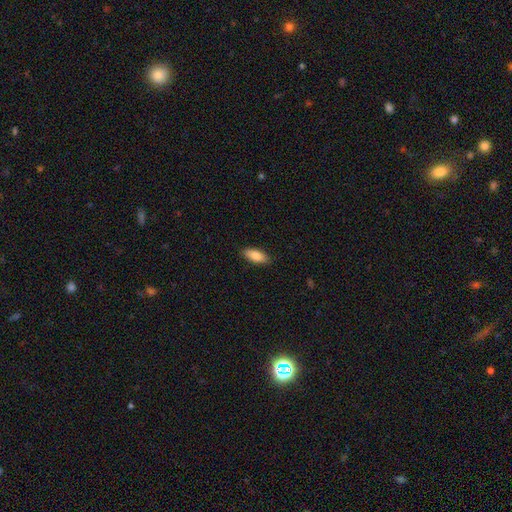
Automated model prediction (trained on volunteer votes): Smooth or featured?
  - smooth: 85% *
  - featured or disk: 8%
  - star or artifact: 6%
How rounded?
  - in between: 82% *
  - cigar-shaped: 16%
  - round: 2%
Merging?
  - none: 88% *
  - minor disturbance: 9%
  - major disturbance: 2%
  - merger: 1%